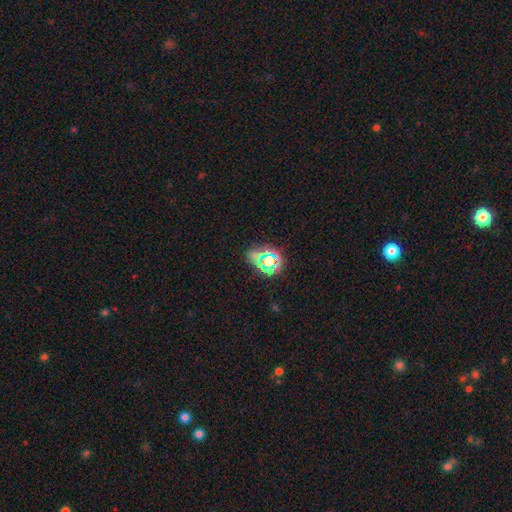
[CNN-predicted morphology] smooth_or_featured: star or artifact (p=0.61) [alt: smooth p=0.28]